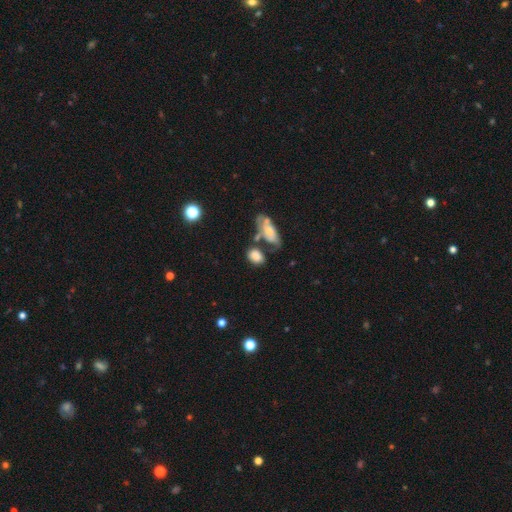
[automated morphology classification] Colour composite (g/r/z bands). It shows a smooth galaxy with no disk features (75%) that is in between round and cigar-shaped (70%). Merging: none (46%).